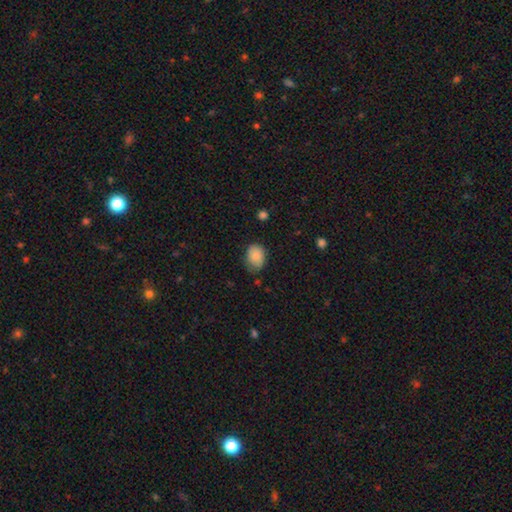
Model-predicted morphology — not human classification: type=smooth (82%); roundness=in between (65%); merging=none (65%).